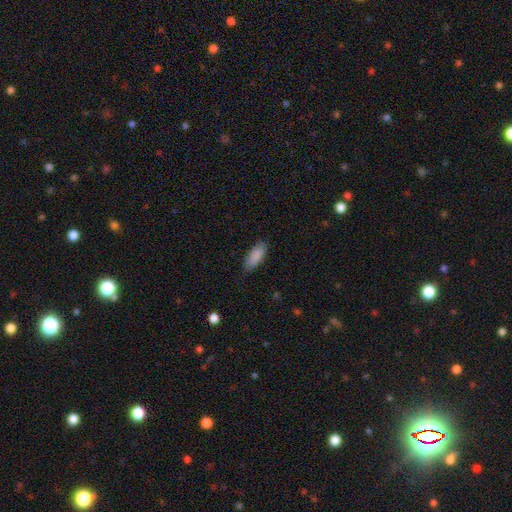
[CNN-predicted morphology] Smooth or featured? Predicted: smooth (p=0.89). How rounded? Predicted: in between (p=0.83). Merging? Predicted: none (p=0.81).